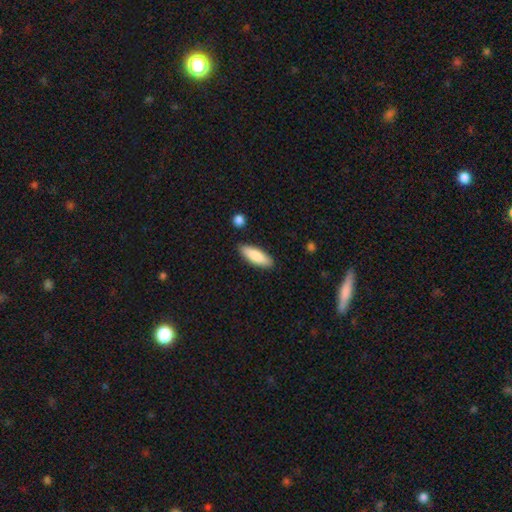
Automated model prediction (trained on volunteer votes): smooth_or_featured: smooth (p=0.84) [alt: featured or disk p=0.10]
how_rounded: in between (p=0.56) [alt: cigar-shaped p=0.43]
merging: none (p=0.87) [alt: minor disturbance p=0.09]